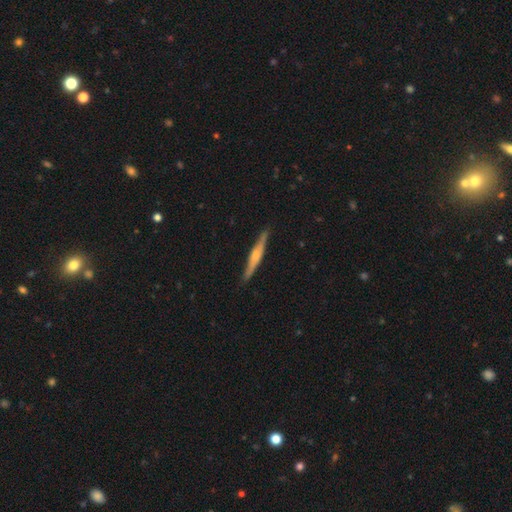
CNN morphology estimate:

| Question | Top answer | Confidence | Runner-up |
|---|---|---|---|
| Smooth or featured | featured or disk | 65% | smooth (29%) |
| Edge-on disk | yes | 97% | no (3%) |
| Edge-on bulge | rounded | 75% | boxy (14%) |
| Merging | none | 89% | minor disturbance (8%) |